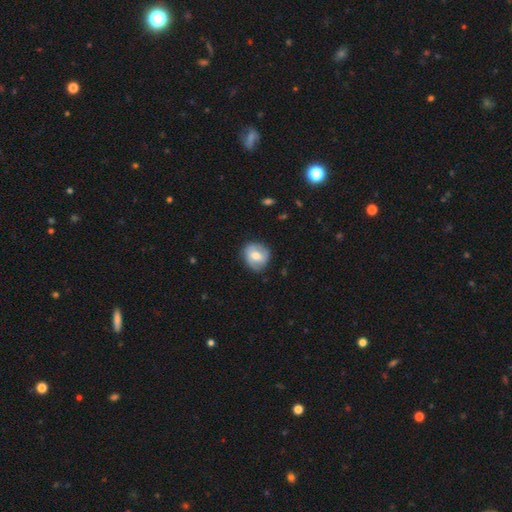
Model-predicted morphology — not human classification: Q: Smooth or featured?
A: smooth (54%); runner-up: featured or disk (39%)
Q: How rounded?
A: round (75%); runner-up: in between (23%)
Q: Merging?
A: none (75%); runner-up: minor disturbance (19%)